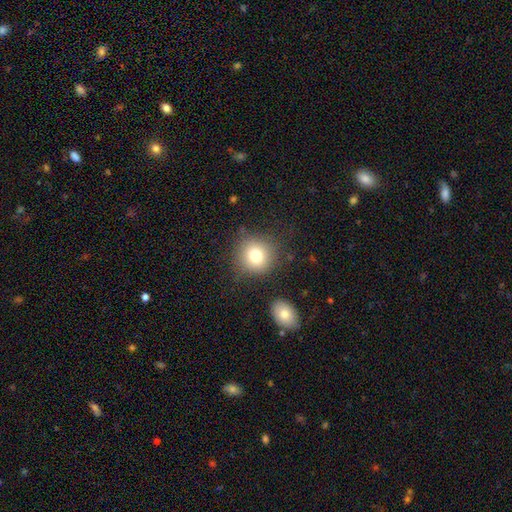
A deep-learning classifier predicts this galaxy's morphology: This appears to be a smooth galaxy with no disk features (77%) that is round (90%). Merging: none (81%).